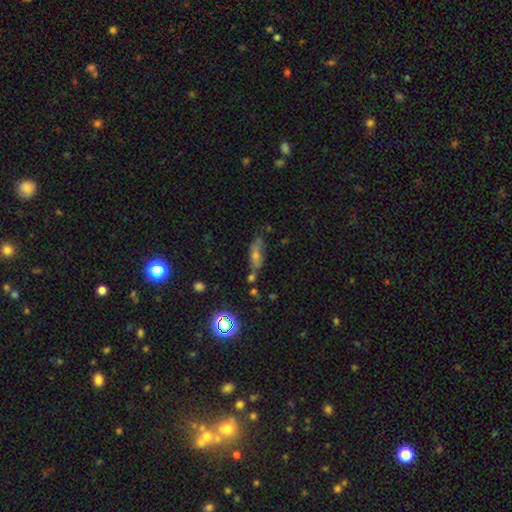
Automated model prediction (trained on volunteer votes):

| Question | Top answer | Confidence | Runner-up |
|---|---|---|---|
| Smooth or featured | smooth | 41% | featured or disk (35%) |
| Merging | none | 57% | minor disturbance (21%) |